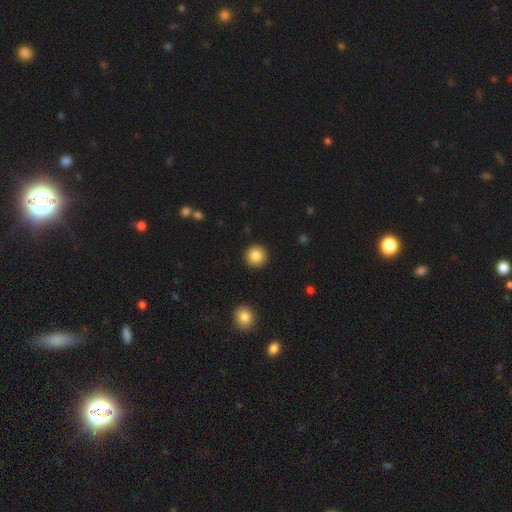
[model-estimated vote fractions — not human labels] Overall: smooth (86%). How rounded: round (95%). Merging: none (92%).